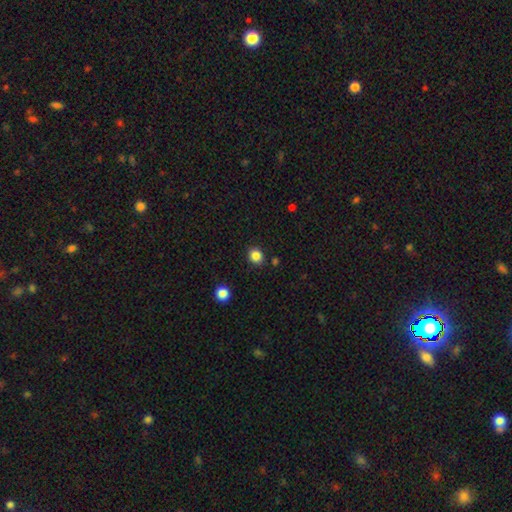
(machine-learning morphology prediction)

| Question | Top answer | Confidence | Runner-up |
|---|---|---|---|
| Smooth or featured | smooth | 85% | star or artifact (11%) |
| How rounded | round | 80% | in between (20%) |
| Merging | none | 89% | minor disturbance (7%) |